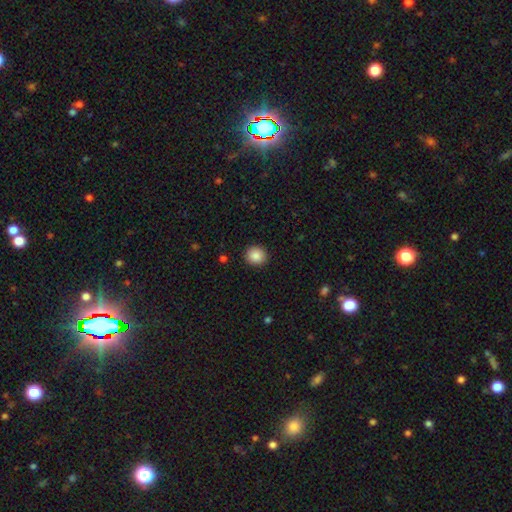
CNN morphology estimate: A smooth galaxy with no disk features (88%) that is round (86%).

Vote fractions:
- Smooth or featured? smooth: 88% / star or artifact: 9% / featured or disk: 4%
- How rounded? round: 86% / in between: 13% / cigar-shaped: 1%
- Merging? none: 91% / minor disturbance: 6% / major disturbance: 2% / merger: 1%